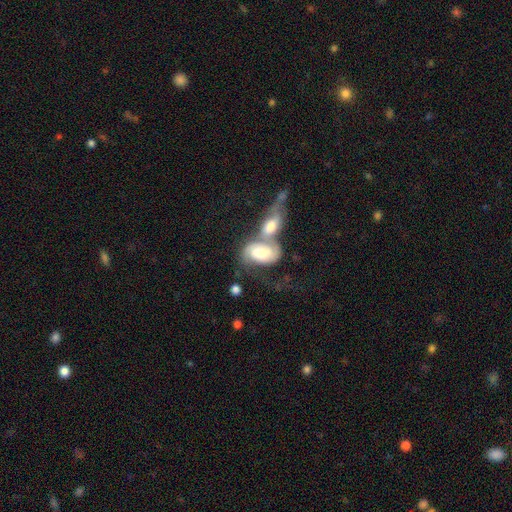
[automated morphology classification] A featured or disk galaxy (43%).

Vote fractions:
- Smooth or featured? featured or disk: 43% / smooth: 41% / star or artifact: 16%
- Merging? merger: 65% / none: 17% / major disturbance: 9% / minor disturbance: 8%